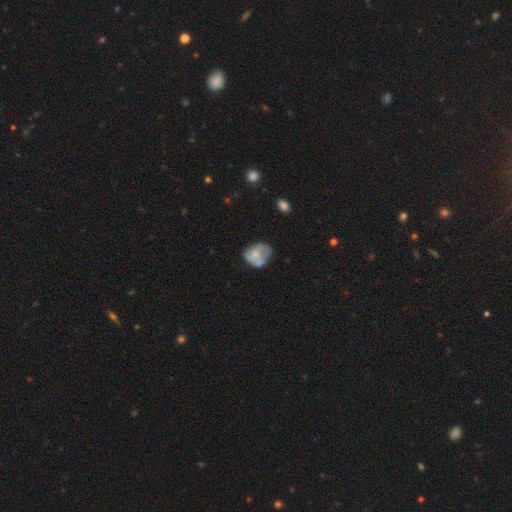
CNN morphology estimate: A smooth galaxy with no disk features (50%).

Vote fractions:
- Smooth or featured? smooth: 50% / featured or disk: 42% / star or artifact: 8%
- Merging? none: 39% / minor disturbance: 30% / major disturbance: 21% / merger: 10%